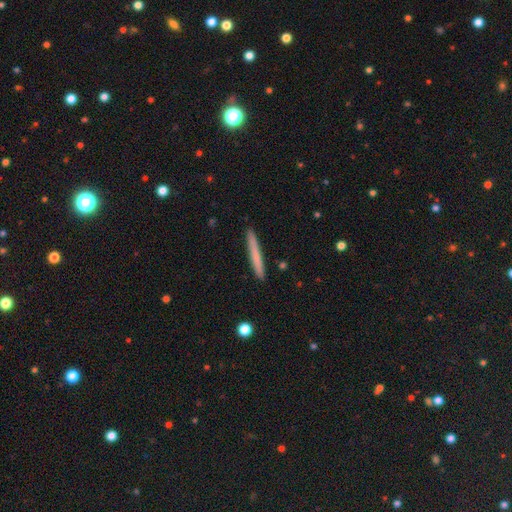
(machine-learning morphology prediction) smooth 70%, featured or disk 25%, star or artifact 6%. Down the decision tree: how rounded — cigar-shaped (97%); merging — none (91%).